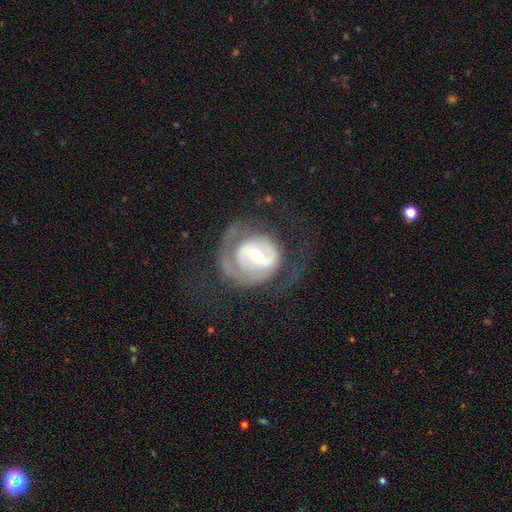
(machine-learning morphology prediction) Overall: featured or disk (80%). Edge-on disk: no (97%). Bar: weak (44%; strong 34%). Spiral arms: yes (79%). Spiral arm count: 2 (57%; 1 20%). Spiral winding: tight (43%; medium 36%). Bulge size: moderate (66%). Merging: none (54%; major disturbance 27%).